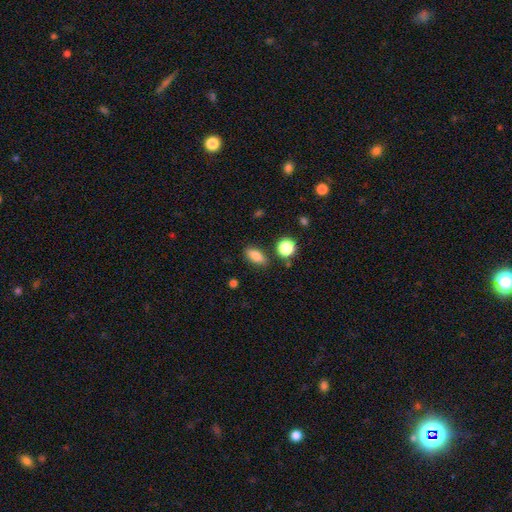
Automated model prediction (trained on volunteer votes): Q: Smooth or featured?
A: smooth (81%); runner-up: star or artifact (10%)
Q: How rounded?
A: in between (79%); runner-up: cigar-shaped (12%)
Q: Merging?
A: none (84%); runner-up: minor disturbance (10%)